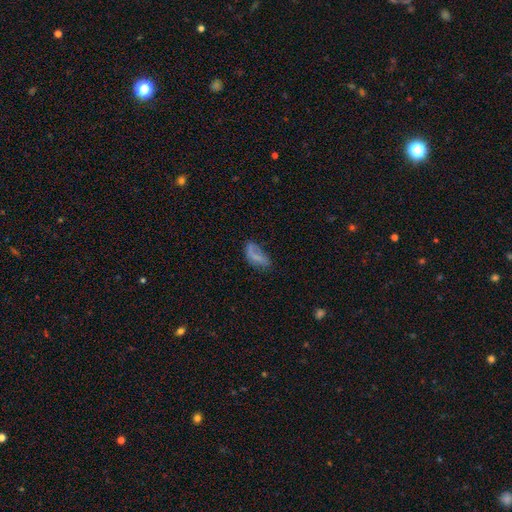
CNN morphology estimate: smooth_or_featured: smooth (p=0.61) [alt: featured or disk p=0.27]
how_rounded: in between (p=0.88) [alt: cigar-shaped p=0.09]
merging: none (p=0.40) [alt: minor disturbance p=0.30]